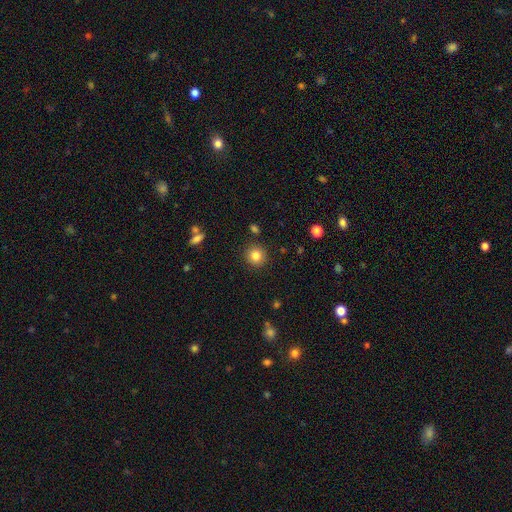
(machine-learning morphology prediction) smooth-or-featured: smooth: 83% | star or artifact: 11% | featured or disk: 6%
  how-rounded: round: 92% | in between: 7% | cigar-shaped: 1%
  merging: none: 90% | minor disturbance: 6% | major disturbance: 2% | merger: 2%